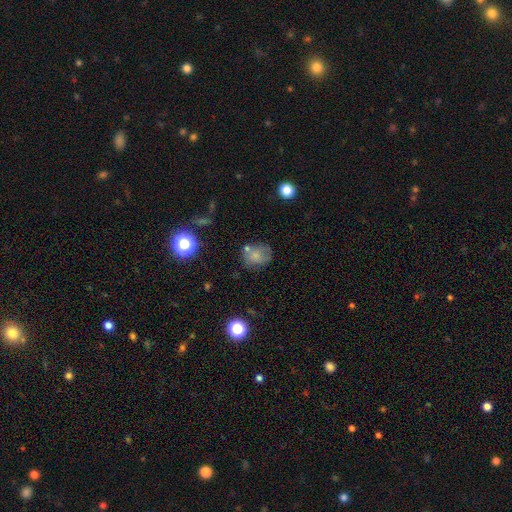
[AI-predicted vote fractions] This appears to be a smooth galaxy with no disk features (69%) that is round (67%). Merging: none (56%).